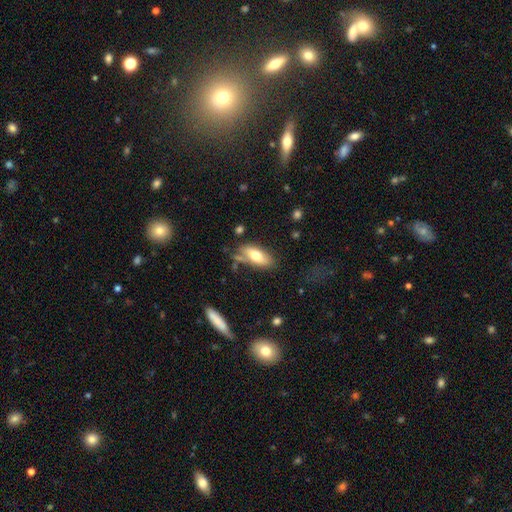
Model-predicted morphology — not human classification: smooth 69%, featured or disk 24%, star or artifact 7%. Down the decision tree: how rounded — in between (85%); merging — none (62%).